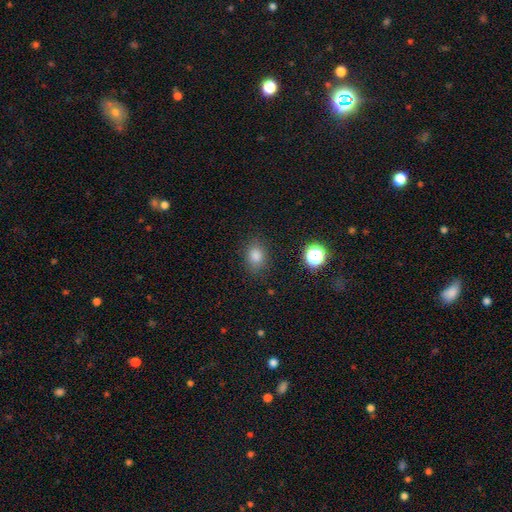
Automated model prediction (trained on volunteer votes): Smooth or featured? smooth (81%)
How rounded? in between (59%)
Merging? none (81%)